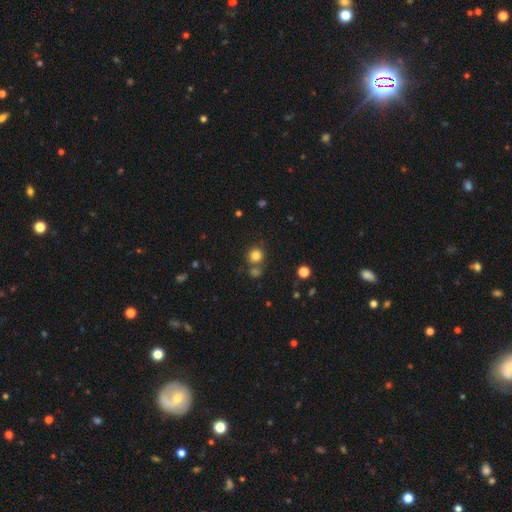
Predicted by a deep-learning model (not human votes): This appears to be a smooth galaxy with no disk features (81%) that is round (91%). Merging: none (71%).